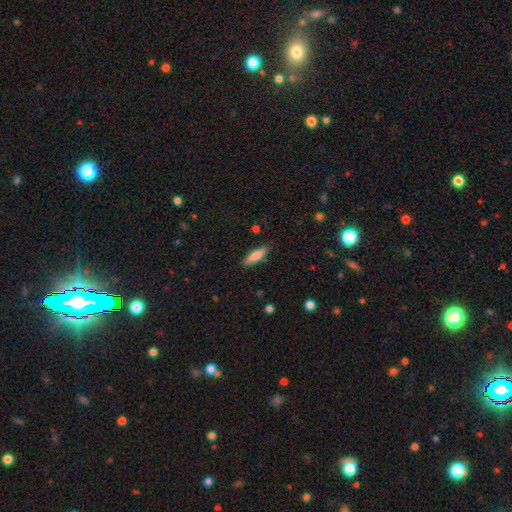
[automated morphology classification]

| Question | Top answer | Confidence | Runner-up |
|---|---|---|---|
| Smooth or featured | smooth | 82% | featured or disk (12%) |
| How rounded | cigar-shaped | 59% | in between (40%) |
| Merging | none | 86% | minor disturbance (10%) |